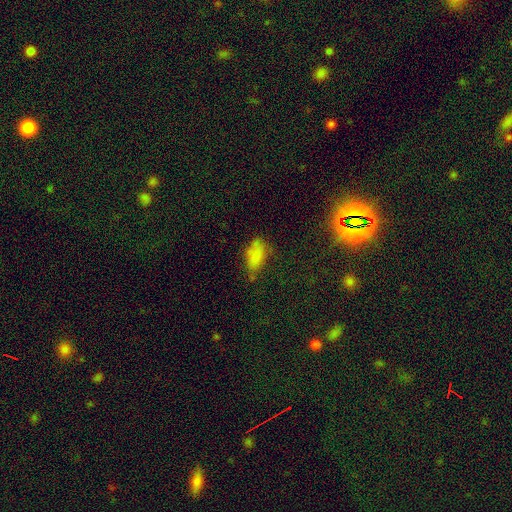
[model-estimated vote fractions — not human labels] smooth 68%, star or artifact 19%, featured or disk 13%. Down the decision tree: how rounded — in between (86%); merging — none (54%).